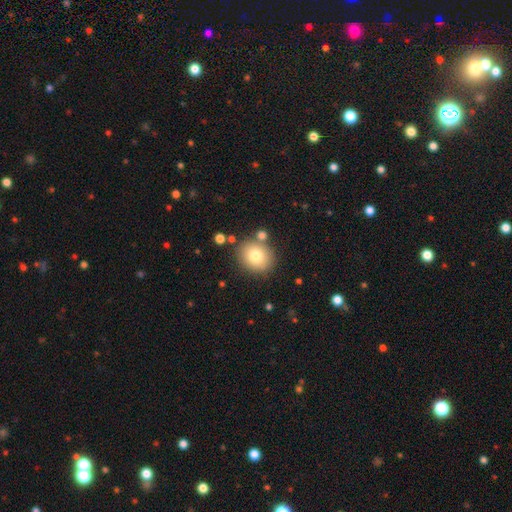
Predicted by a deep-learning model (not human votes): Overall: smooth (77%). How rounded: round (75%). Merging: none (78%).